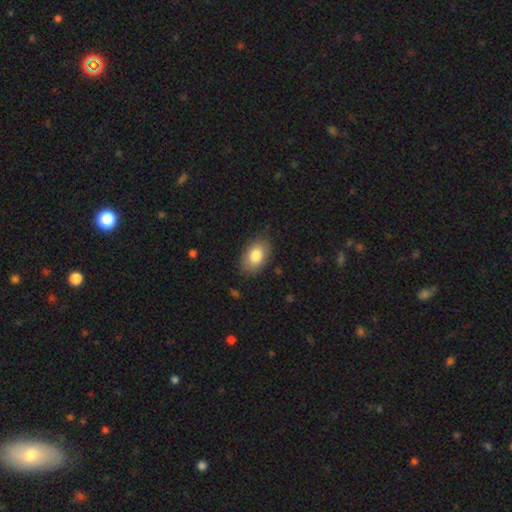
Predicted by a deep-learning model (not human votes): A smooth galaxy with no disk features (82%) that is in between round and cigar-shaped (87%). Merging: none (83%).